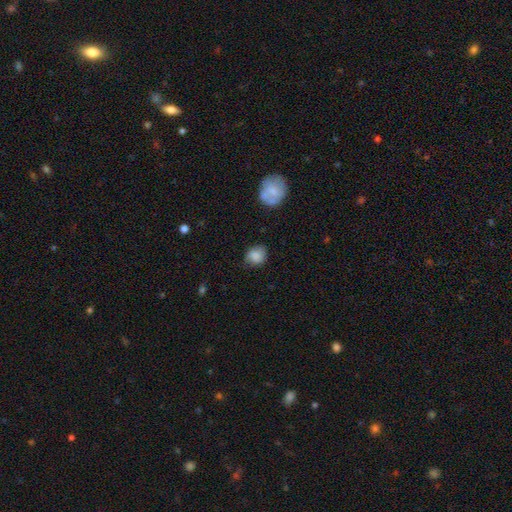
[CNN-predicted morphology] type=smooth (82%); roundness=round (66%); merging=none (68%).